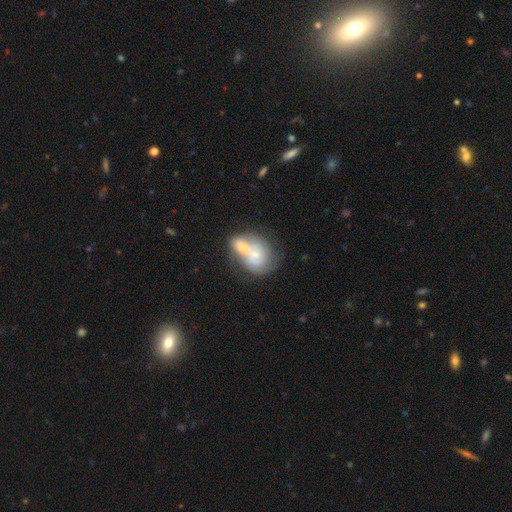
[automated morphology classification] Smooth or featured? Predicted: smooth (p=0.53). How rounded? Predicted: in between (p=0.54). Merging? Predicted: merger (p=0.72).